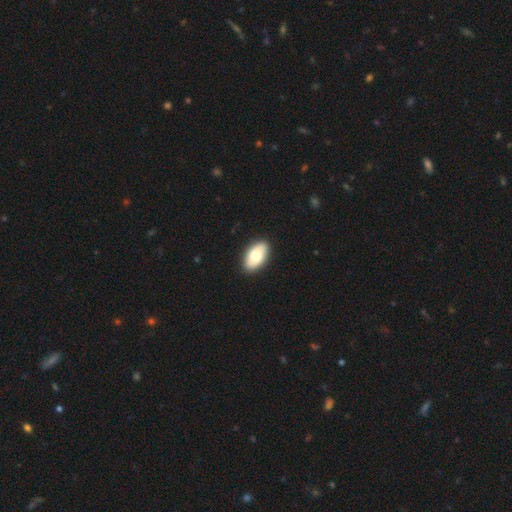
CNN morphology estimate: smooth_or_featured: smooth (p=0.70) [alt: featured or disk p=0.24]
how_rounded: in between (p=0.94) [alt: round p=0.04]
merging: none (p=0.89) [alt: minor disturbance p=0.08]